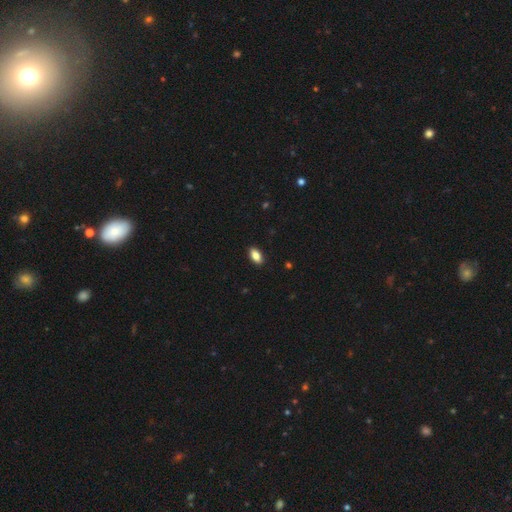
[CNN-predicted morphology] This is clearly a smooth galaxy (85%). How rounded: clearly in between (91%). Merging: clearly none (90%).